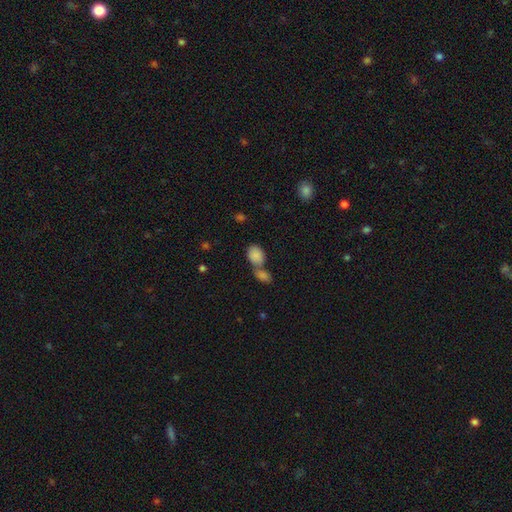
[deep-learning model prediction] smooth 86%, star or artifact 8%, featured or disk 6%. Down the decision tree: how rounded — in between (75%); merging — merger (55%).